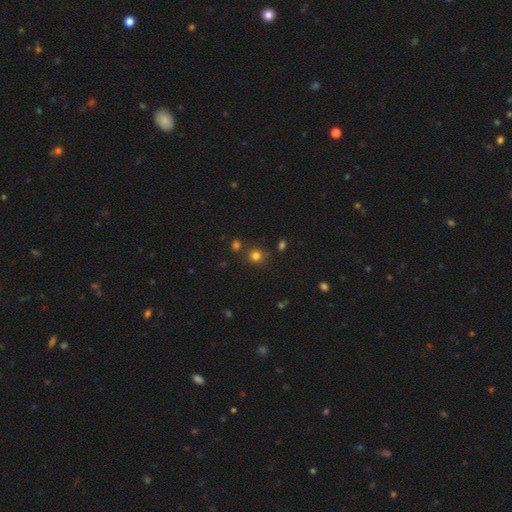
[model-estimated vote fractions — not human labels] Smooth or featured? smooth (77%)
How rounded? round (86%)
Merging? none (80%)